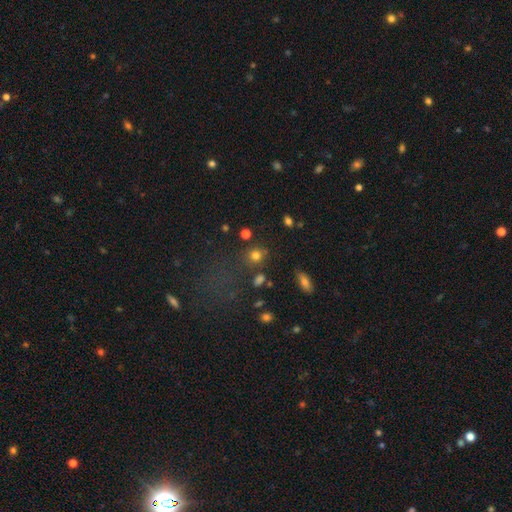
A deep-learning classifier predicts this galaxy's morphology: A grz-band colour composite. It shows a smooth galaxy with no disk features (77%) that is round (73%). Merging: none (74%).